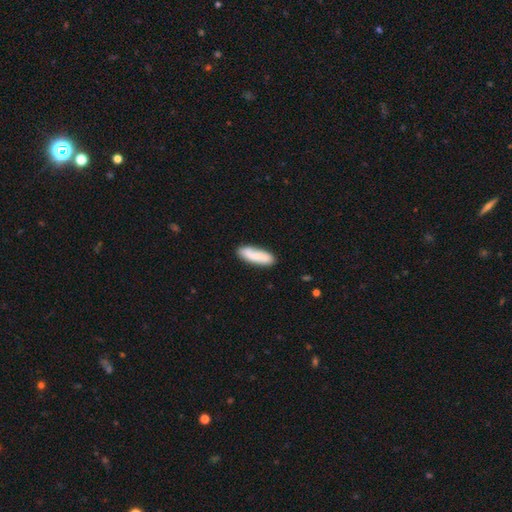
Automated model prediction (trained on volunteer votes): smooth-or-featured: smooth: 81% | featured or disk: 13% | star or artifact: 6%
  how-rounded: in between: 53% | cigar-shaped: 45% | round: 2%
  merging: none: 81% | minor disturbance: 14% | major disturbance: 3% | merger: 2%